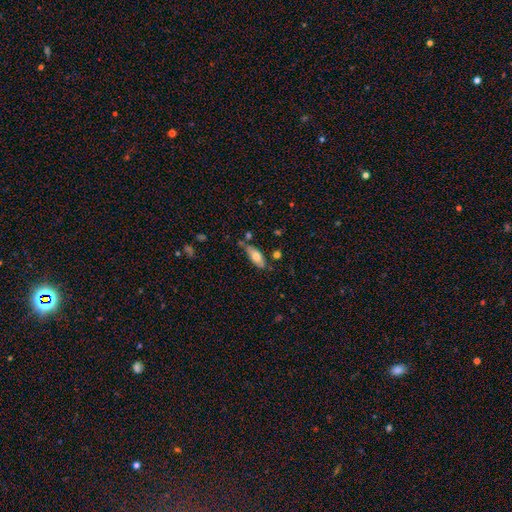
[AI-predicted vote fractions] This is likely a smooth galaxy (70%). How rounded: likely in between (71%). Merging: likely none (65%).